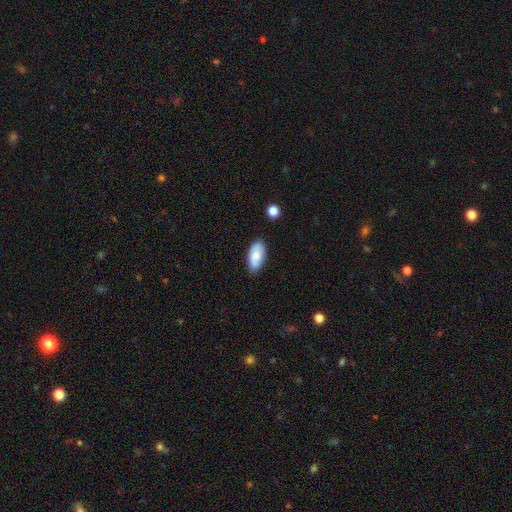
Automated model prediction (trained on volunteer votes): smooth-or-featured: smooth: 82% | featured or disk: 11% | star or artifact: 7%
  how-rounded: in between: 93% | cigar-shaped: 5% | round: 2%
  merging: none: 81% | minor disturbance: 15% | major disturbance: 3% | merger: 2%